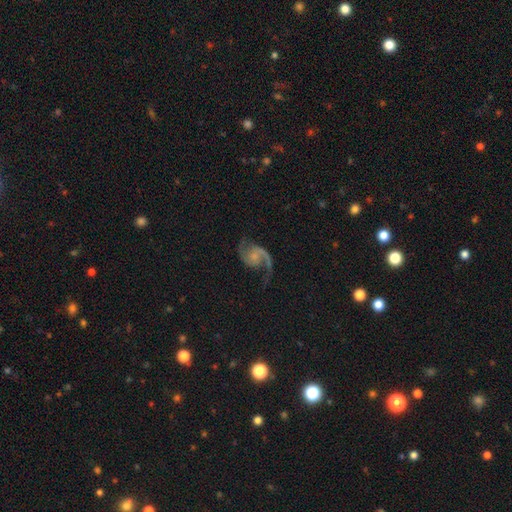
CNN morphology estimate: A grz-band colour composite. It shows a featured or disk galaxy (90%) with no bar (63%), 2 (88%) medium (47%) spiral arms (98%) and a small central bulge (49%). Merging: none (68%).